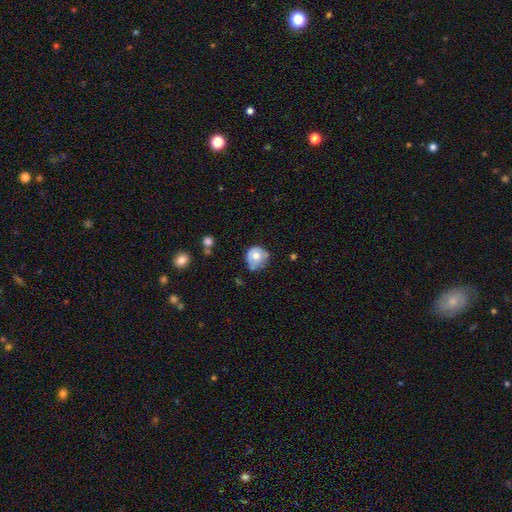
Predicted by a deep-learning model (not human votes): This is likely a smooth galaxy (64%). How rounded: clearly round (83%). Merging: possibly none (49%).